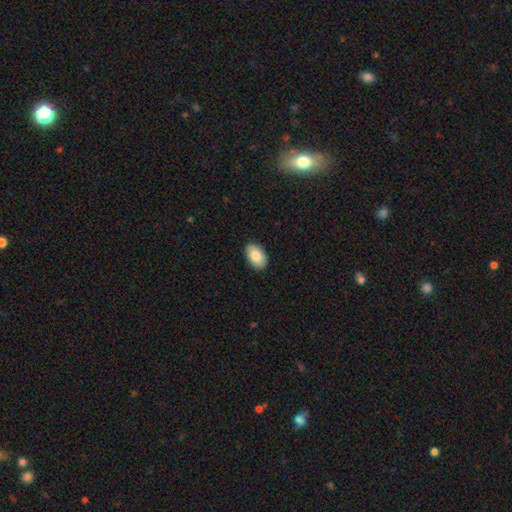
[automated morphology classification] Overall: smooth (86%). How rounded: in between (92%). Merging: none (88%).